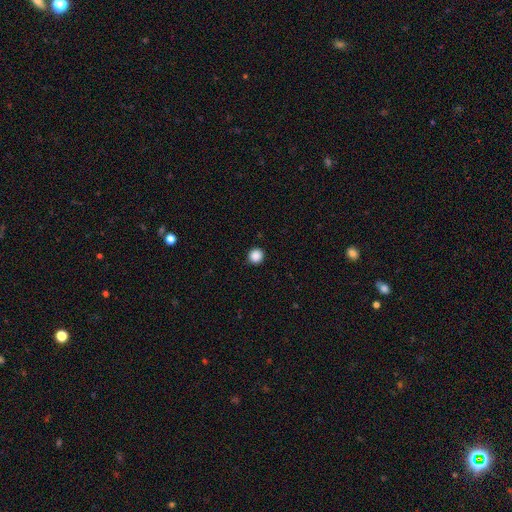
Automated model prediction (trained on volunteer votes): smooth 88%, star or artifact 10%, featured or disk 2%. Down the decision tree: how rounded — round (95%); merging — none (93%).